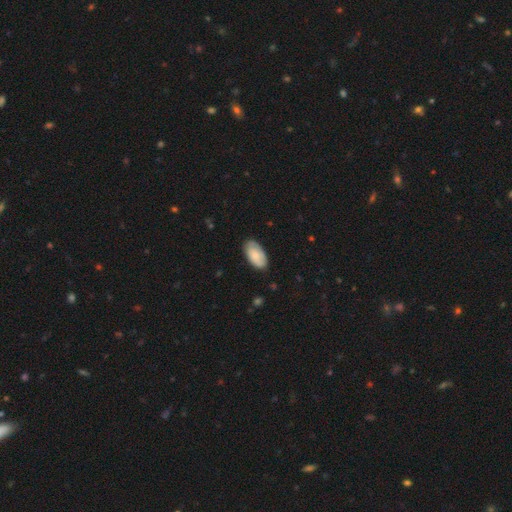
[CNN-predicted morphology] Smooth or featured? Predicted: smooth (p=0.73). How rounded? Predicted: in between (p=0.95). Merging? Predicted: none (p=0.80).